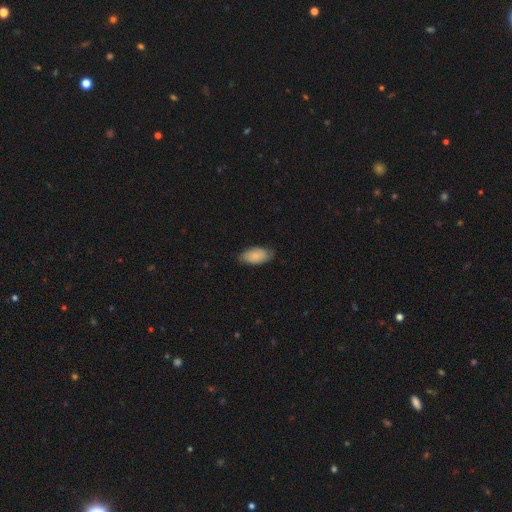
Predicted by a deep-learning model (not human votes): Smooth or featured? smooth (78%)
How rounded? in between (94%)
Merging? none (72%)